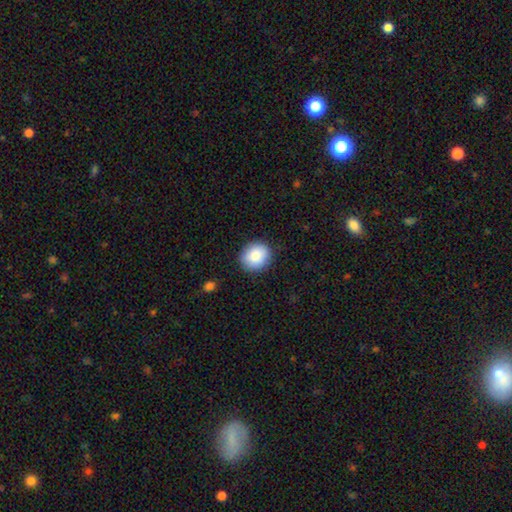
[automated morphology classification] A smooth galaxy with no disk features (86%) that is round (73%).

Vote fractions:
- Smooth or featured? smooth: 86% / star or artifact: 7% / featured or disk: 6%
- How rounded? round: 73% / in between: 26% / cigar-shaped: 1%
- Merging? none: 89% / minor disturbance: 8% / major disturbance: 2% / merger: 1%